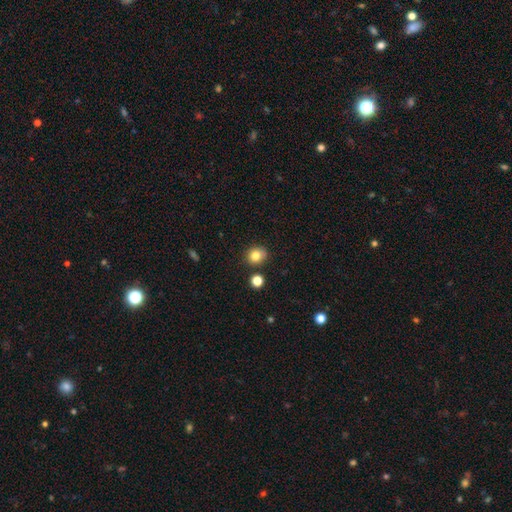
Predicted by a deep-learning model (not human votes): smooth-or-featured: smooth: 82% | star or artifact: 11% | featured or disk: 7%
  how-rounded: round: 75% | in between: 24% | cigar-shaped: 1%
  merging: none: 82% | minor disturbance: 11% | merger: 5% | major disturbance: 2%